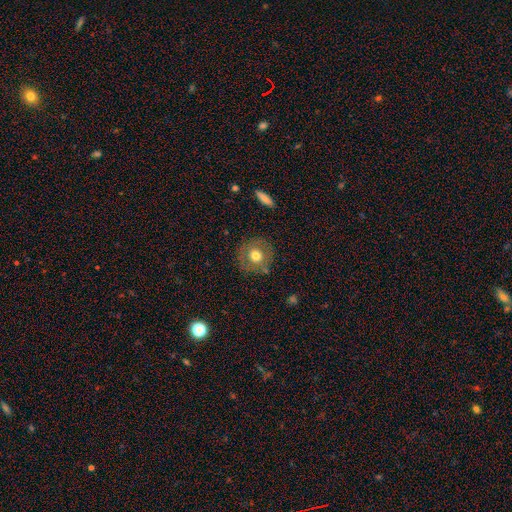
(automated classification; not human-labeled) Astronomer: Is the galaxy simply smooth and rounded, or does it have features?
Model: smooth — 63%.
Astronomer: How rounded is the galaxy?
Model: round — 92%.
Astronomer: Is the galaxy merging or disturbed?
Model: none — 83%.